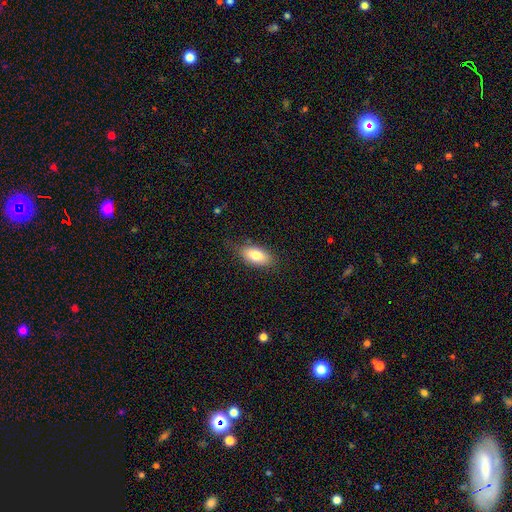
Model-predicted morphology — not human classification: Overall: smooth (79%). How rounded: in between (90%). Merging: none (78%).